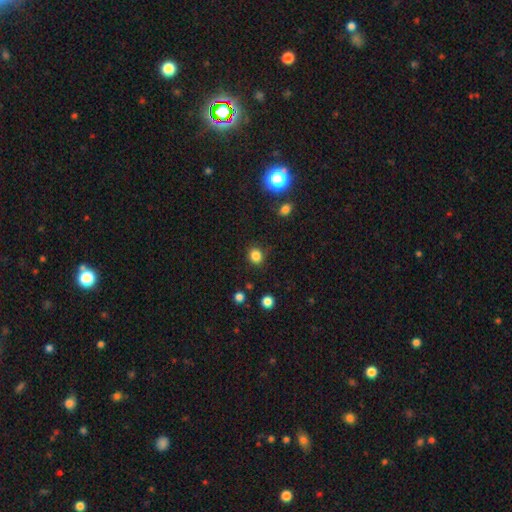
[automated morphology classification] Smooth or featured: smooth — 83% (star or artifact — 13%)
How rounded: round — 82% (in between — 17%)
Merging: none — 87% (minor disturbance — 9%)